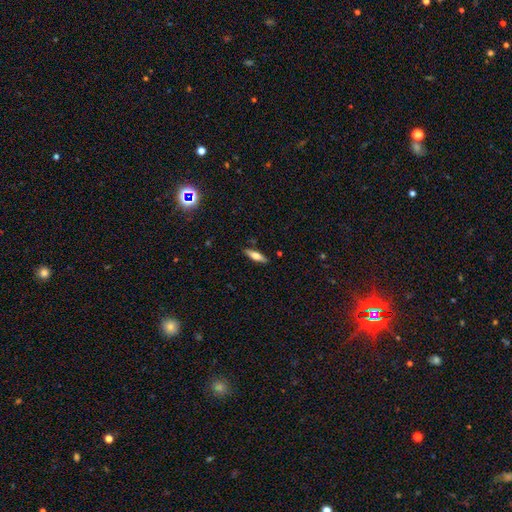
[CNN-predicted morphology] This appears to be a smooth galaxy with no disk features (53%) that is cigar-shaped (60%). Merging: none (87%).